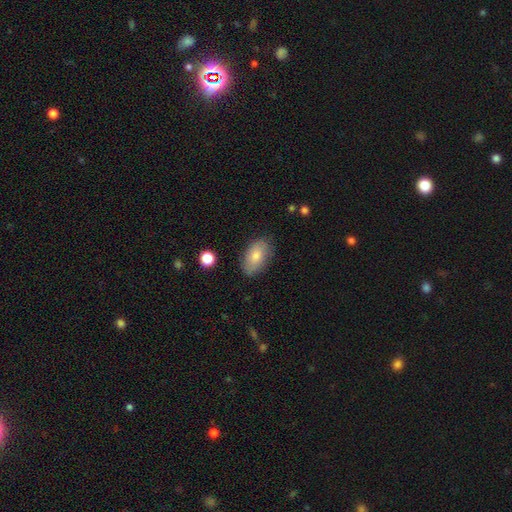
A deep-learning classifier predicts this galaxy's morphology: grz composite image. It shows a smooth galaxy with no disk features (74%) that is in between round and cigar-shaped (92%). Merging: none (82%).